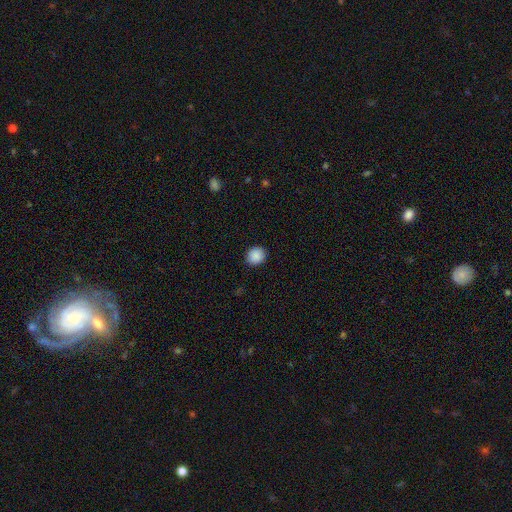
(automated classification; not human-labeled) smooth_or_featured: smooth (p=0.89) [alt: star or artifact p=0.09]
how_rounded: round (p=0.82) [alt: in between p=0.17]
merging: none (p=0.90) [alt: minor disturbance p=0.07]